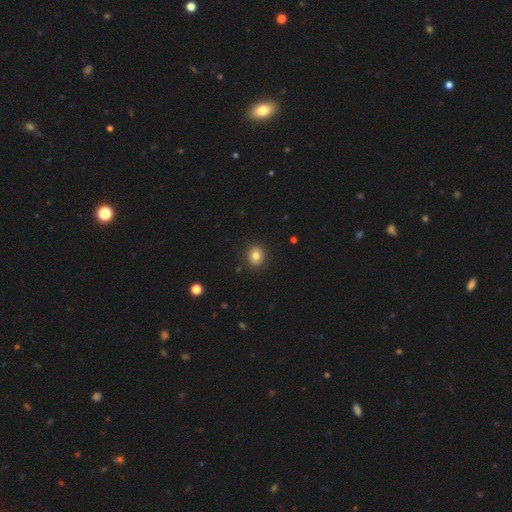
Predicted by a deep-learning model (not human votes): This appears to be a smooth galaxy with no disk features (80%) that is round (81%). Merging: none (91%).